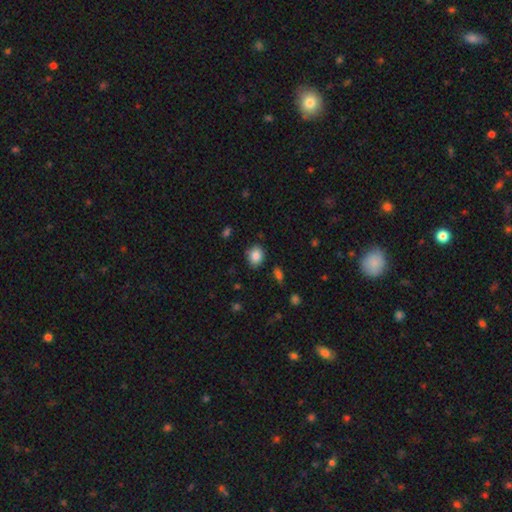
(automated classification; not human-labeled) smooth 86%, star or artifact 9%, featured or disk 5%. Down the decision tree: how rounded — round (59%); merging — none (85%).